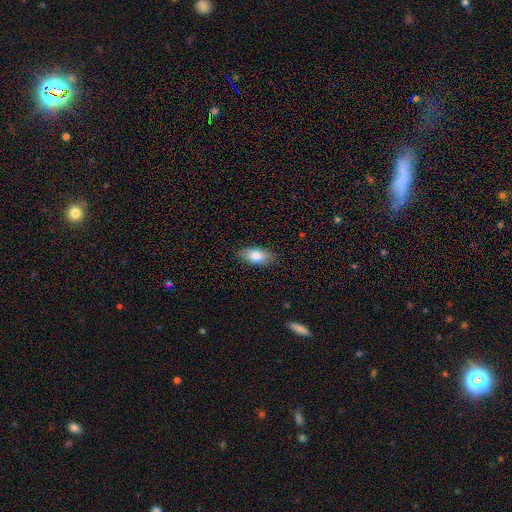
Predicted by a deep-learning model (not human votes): Smooth or featured?
  - smooth: 82% *
  - featured or disk: 12%
  - star or artifact: 7%
How rounded?
  - in between: 92% *
  - cigar-shaped: 5%
  - round: 3%
Merging?
  - none: 86% *
  - minor disturbance: 11%
  - major disturbance: 2%
  - merger: 1%